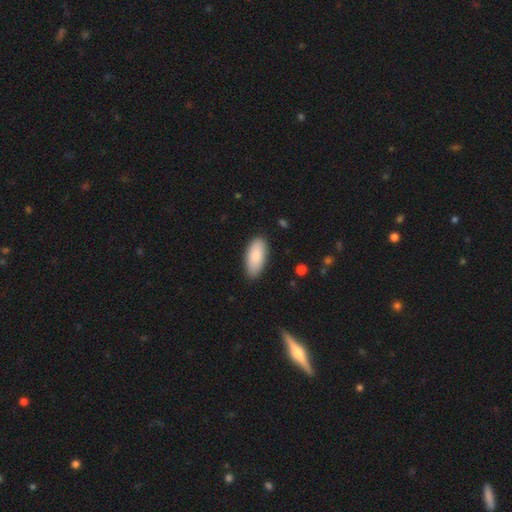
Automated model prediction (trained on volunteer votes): Smooth or featured: smooth — 86% (featured or disk — 8%)
How rounded: in between — 89% (cigar-shaped — 9%)
Merging: none — 86% (minor disturbance — 11%)